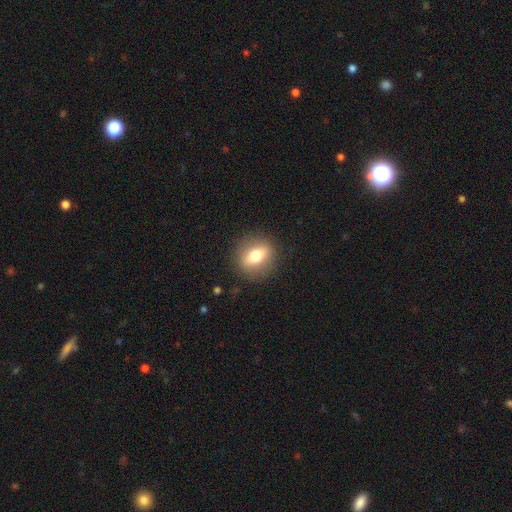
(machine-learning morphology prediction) Smooth or featured? smooth (66%)
How rounded? round (59%)
Merging? none (87%)